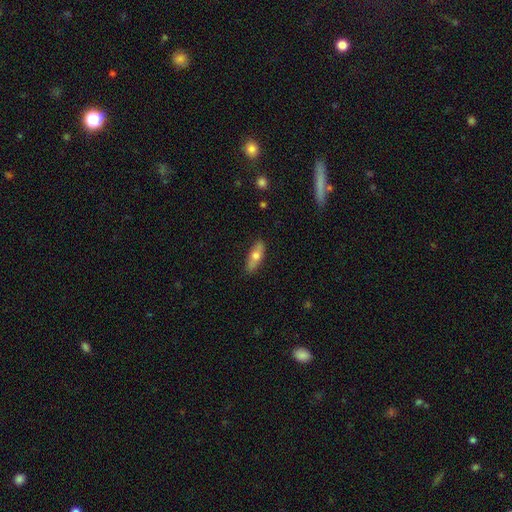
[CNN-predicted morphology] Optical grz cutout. It shows a smooth galaxy with no disk features (60%) that is in between round and cigar-shaped (55%). Merging: none (85%).